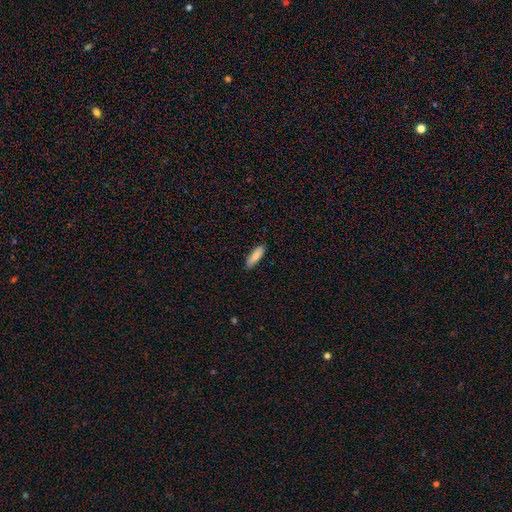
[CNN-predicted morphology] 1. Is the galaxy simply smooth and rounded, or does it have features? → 85% smooth, 9% featured or disk, 6% star or artifact.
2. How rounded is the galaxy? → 54% in between, 44% cigar-shaped, 2% round.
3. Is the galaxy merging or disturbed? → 86% none, 11% minor disturbance, 2% major disturbance, 1% merger.